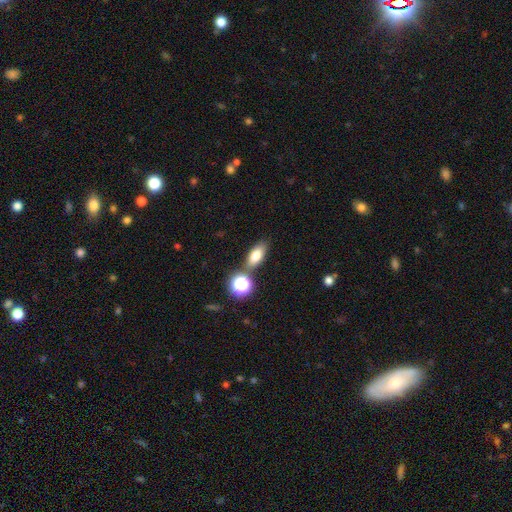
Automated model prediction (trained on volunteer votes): A smooth galaxy with no disk features (76%) that is in between round and cigar-shaped (77%).

Vote fractions:
- Smooth or featured? smooth: 76% / star or artifact: 13% / featured or disk: 11%
- How rounded? in between: 77% / round: 13% / cigar-shaped: 10%
- Merging? none: 74% / merger: 11% / minor disturbance: 11% / major disturbance: 3%